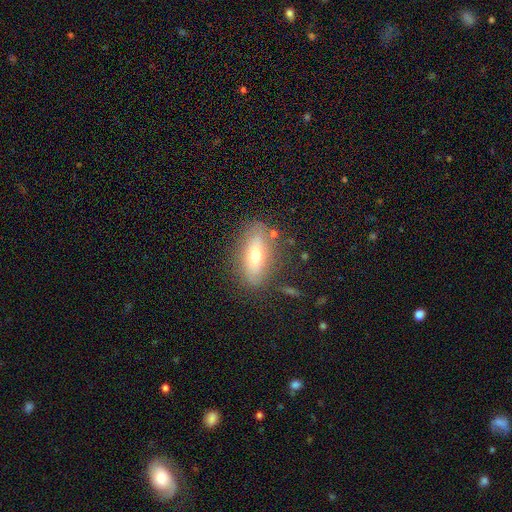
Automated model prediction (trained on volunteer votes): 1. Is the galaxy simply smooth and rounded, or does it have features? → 58% smooth, 33% featured or disk, 9% star or artifact.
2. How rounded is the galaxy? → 74% in between, 21% cigar-shaped, 5% round.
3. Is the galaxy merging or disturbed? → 79% none, 14% minor disturbance, 4% major disturbance, 3% merger.